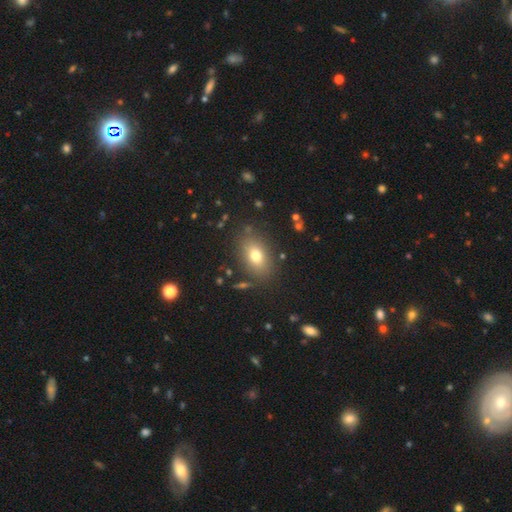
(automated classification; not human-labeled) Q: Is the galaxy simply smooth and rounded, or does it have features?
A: smooth — 75%.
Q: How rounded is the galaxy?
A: in between — 81%.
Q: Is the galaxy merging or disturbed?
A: none — 83%.